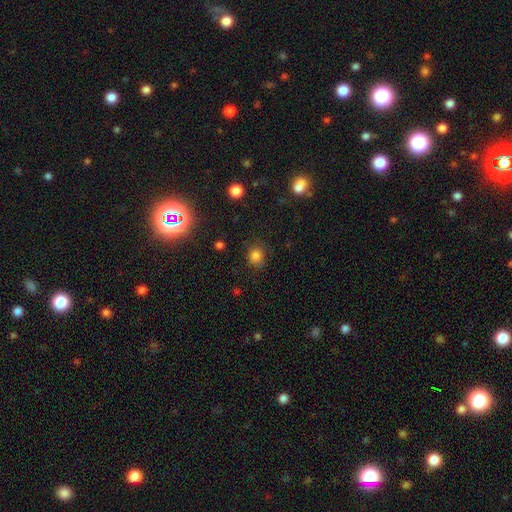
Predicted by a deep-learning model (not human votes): Q: Smooth or featured?
A: smooth (80%); runner-up: star or artifact (15%)
Q: How rounded?
A: round (79%); runner-up: in between (20%)
Q: Merging?
A: none (79%); runner-up: minor disturbance (15%)